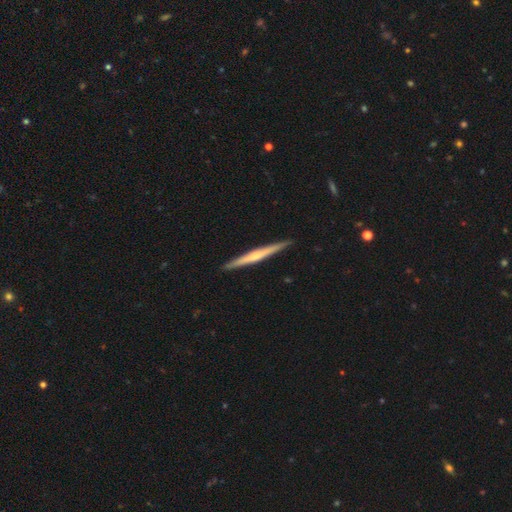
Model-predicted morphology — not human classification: Smooth or featured: featured or disk — 64% (smooth — 32%)
Edge-on disk: yes — 98% (no — 2%)
Edge-on bulge: rounded — 53% (none — 39%)
Merging: none — 92% (minor disturbance — 6%)